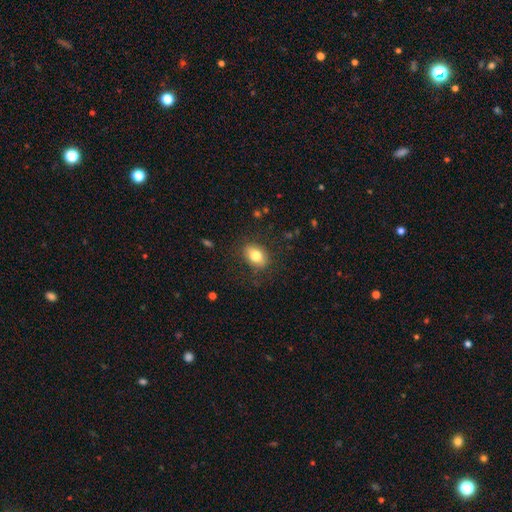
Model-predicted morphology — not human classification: A smooth galaxy with no disk features (79%) that is in between round and cigar-shaped (76%). Merging: none (83%).